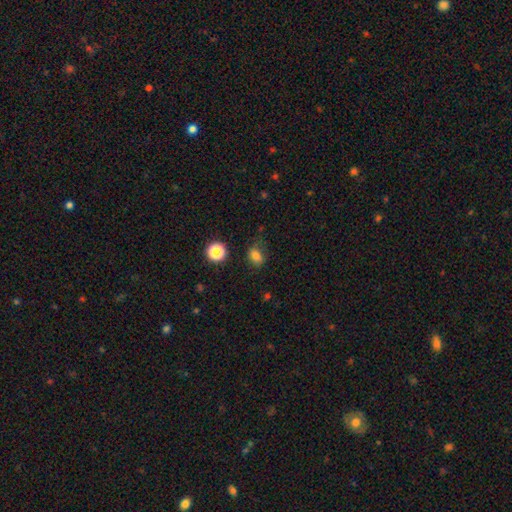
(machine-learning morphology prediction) smooth-or-featured: smooth: 78% | star or artifact: 15% | featured or disk: 7%
  how-rounded: in between: 65% | round: 34% | cigar-shaped: 2%
  merging: none: 68% | minor disturbance: 22% | major disturbance: 8% | merger: 2%